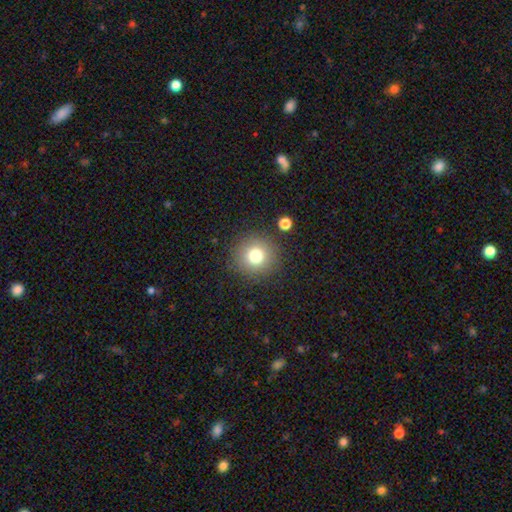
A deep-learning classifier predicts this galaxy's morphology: Smooth or featured: smooth — 76% (star or artifact — 13%)
How rounded: round — 95% (in between — 4%)
Merging: none — 87% (minor disturbance — 7%)